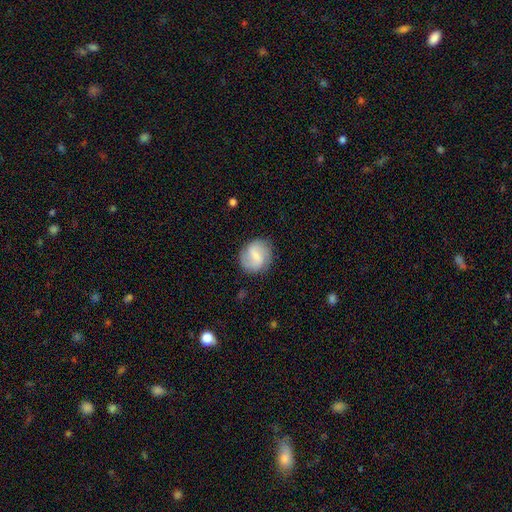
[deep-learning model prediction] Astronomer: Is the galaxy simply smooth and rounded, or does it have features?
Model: featured or disk — 51% (runner-up: smooth, 42%).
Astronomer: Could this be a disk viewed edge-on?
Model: no — 97%.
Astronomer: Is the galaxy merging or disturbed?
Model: none — 81%.